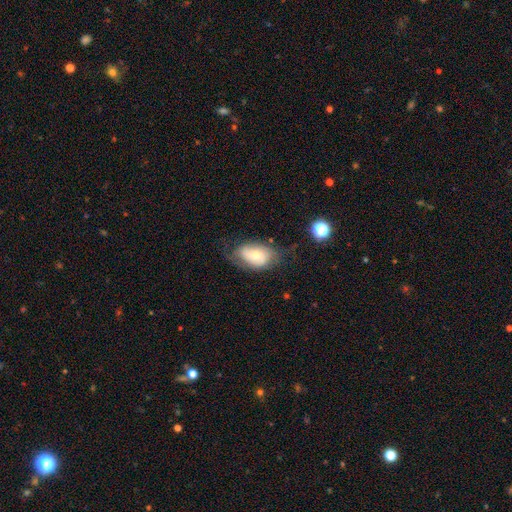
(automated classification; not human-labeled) Morphology: type=smooth (49%); merging=none (50%).